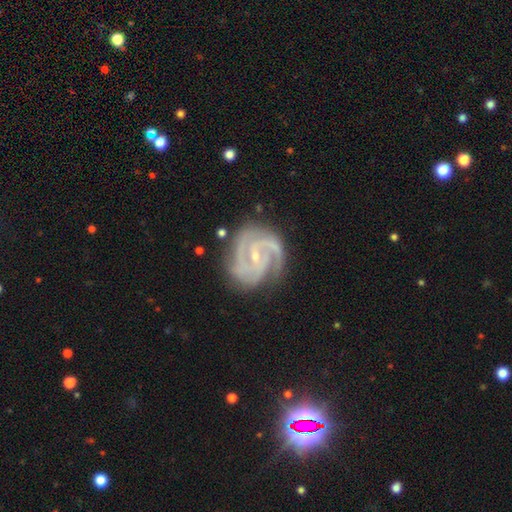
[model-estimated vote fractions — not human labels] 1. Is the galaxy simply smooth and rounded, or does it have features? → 92% featured or disk, 5% star or artifact, 3% smooth.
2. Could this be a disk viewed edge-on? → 98% no, 2% yes.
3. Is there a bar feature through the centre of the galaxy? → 45% no, 38% weak, 17% strong.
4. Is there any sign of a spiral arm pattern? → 99% yes, 1% no.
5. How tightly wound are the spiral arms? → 56% tight, 39% medium, 5% loose.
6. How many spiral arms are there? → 45% 3, 30% 2, 8% 4, 7% can't tell, 5% more than 4, 5% 1.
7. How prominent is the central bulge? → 78% small, 18% moderate, 2% none, 1% large, 1% dominant.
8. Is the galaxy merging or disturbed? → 73% none, 19% minor disturbance, 6% major disturbance, 2% merger.